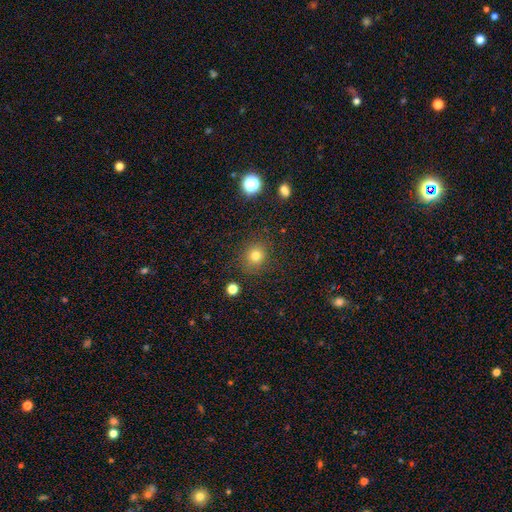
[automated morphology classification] smooth_or_featured: smooth (p=0.78) [alt: star or artifact p=0.16]
how_rounded: round (p=0.86) [alt: in between p=0.13]
merging: none (p=0.86) [alt: minor disturbance p=0.09]